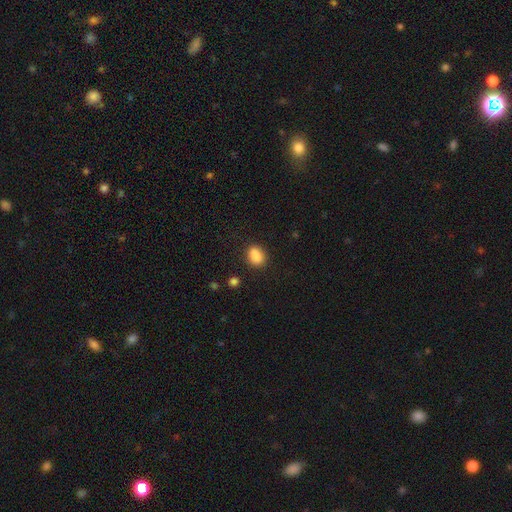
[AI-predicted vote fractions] This is clearly a smooth galaxy (86%). How rounded: likely in between (63%). Merging: likely none (73%).